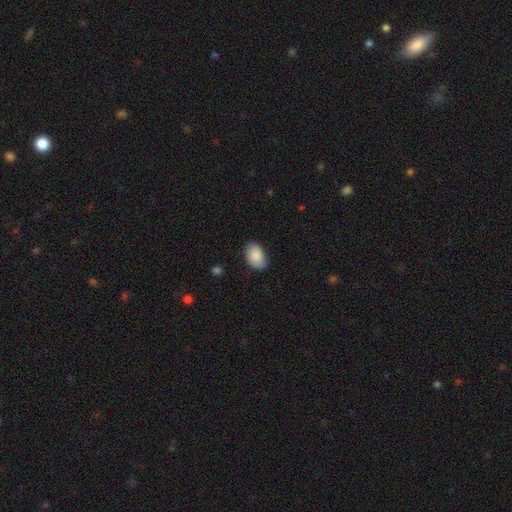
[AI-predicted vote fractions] The model was most divided on "merging": none: 76%, minor disturbance: 19%, major disturbance: 3%, merger: 1%. More confident: how rounded — in between (90%); smooth or featured — smooth (86%).